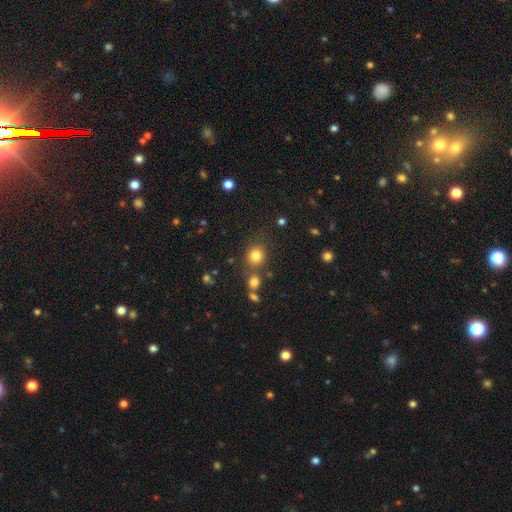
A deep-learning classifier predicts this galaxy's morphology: The model was most divided on "merging": none: 73%, merger: 13%, minor disturbance: 11%, major disturbance: 4%. More confident: how rounded — round (81%); smooth or featured — smooth (79%).